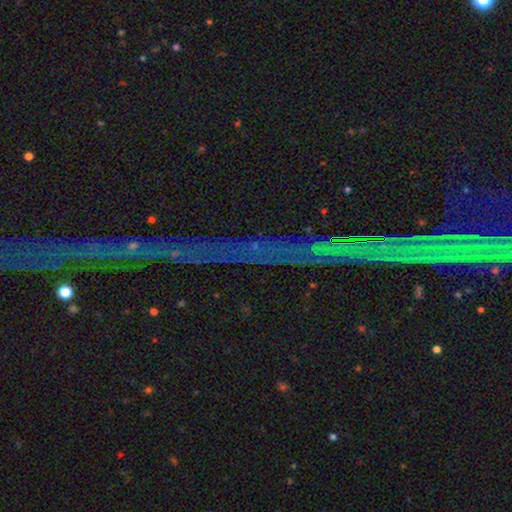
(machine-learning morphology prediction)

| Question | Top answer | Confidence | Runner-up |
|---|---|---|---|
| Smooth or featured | star or artifact | 83% | featured or disk (10%) |